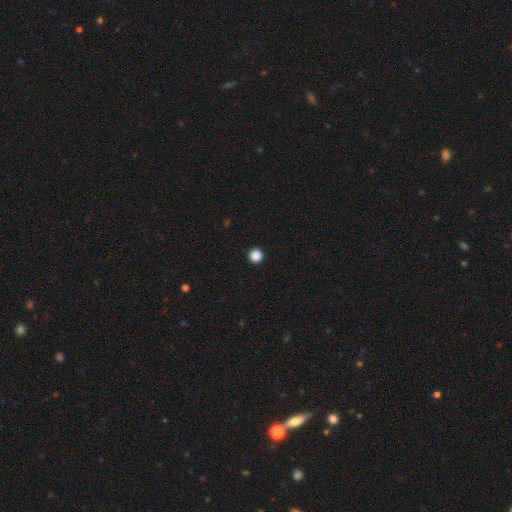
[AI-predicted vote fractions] Smooth or featured?
  - smooth: 88% *
  - star or artifact: 10%
  - featured or disk: 2%
How rounded?
  - round: 96% *
  - in between: 3%
  - cigar-shaped: 1%
Merging?
  - none: 94% *
  - minor disturbance: 4%
  - major disturbance: 1%
  - merger: 1%